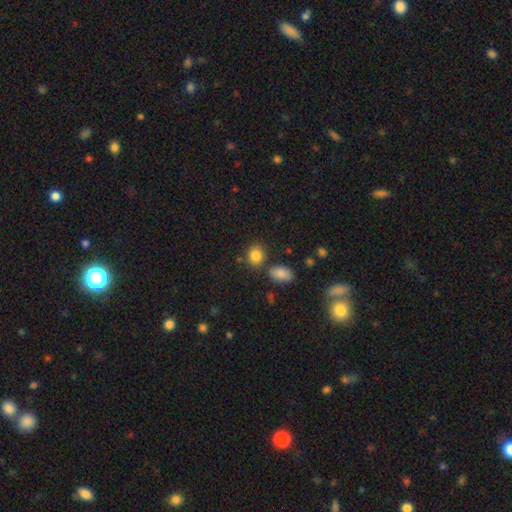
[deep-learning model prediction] The model was most divided on "how rounded": round: 64%, in between: 35%, cigar-shaped: 1%. More confident: smooth or featured — smooth (85%); merging — none (74%).